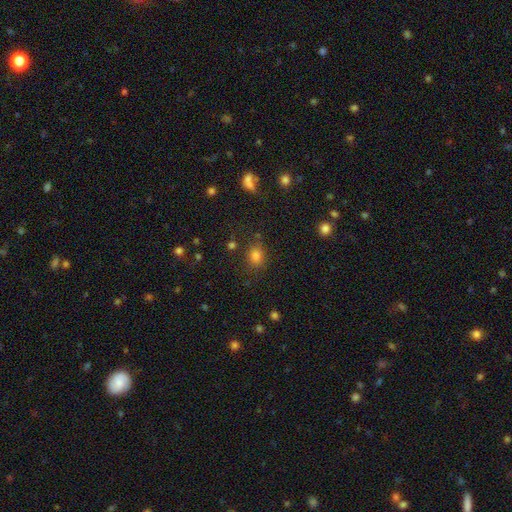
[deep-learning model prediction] smooth-or-featured: smooth: 77% | star or artifact: 16% | featured or disk: 6%
  how-rounded: round: 58% | in between: 41% | cigar-shaped: 1%
  merging: none: 77% | minor disturbance: 13% | major disturbance: 5% | merger: 4%